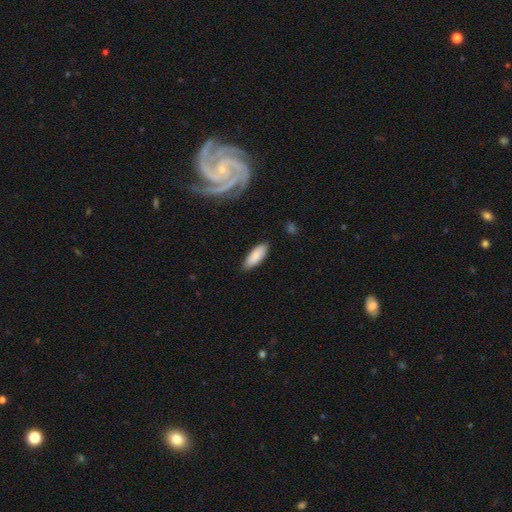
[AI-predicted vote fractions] The model was most divided on "how rounded": in between: 73%, cigar-shaped: 25%, round: 1%. More confident: smooth or featured — smooth (86%); merging — none (83%).